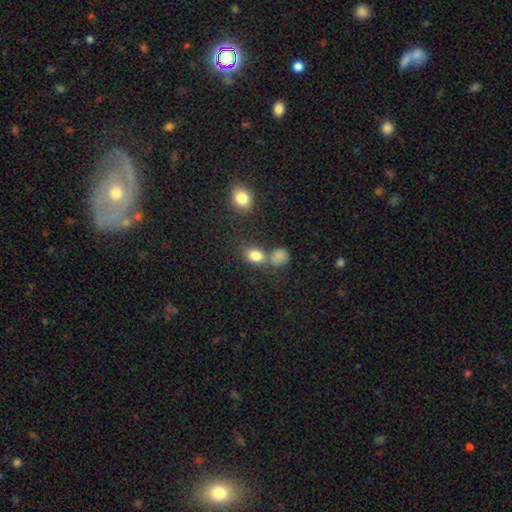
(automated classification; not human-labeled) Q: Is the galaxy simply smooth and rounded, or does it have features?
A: smooth — 81%.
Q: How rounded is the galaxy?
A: in between — 62%.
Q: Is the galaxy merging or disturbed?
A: none — 53%.